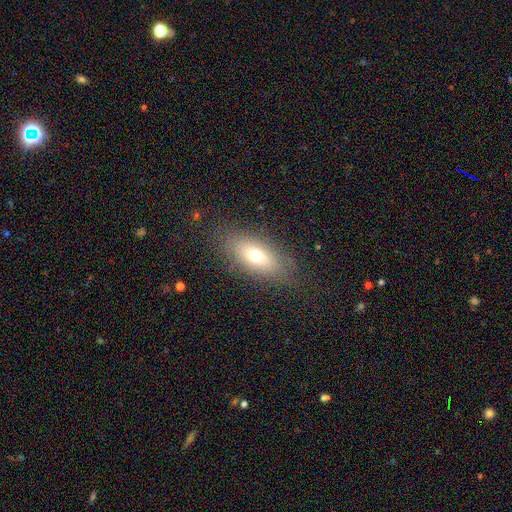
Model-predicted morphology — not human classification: A smooth galaxy with no disk features (68%) that is in between round and cigar-shaped (79%). Merging: none (83%).